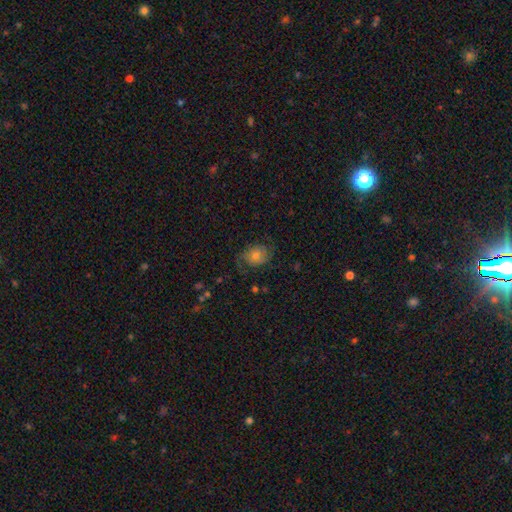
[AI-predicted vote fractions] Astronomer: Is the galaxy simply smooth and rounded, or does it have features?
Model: featured or disk — 54% (runner-up: smooth, 36%).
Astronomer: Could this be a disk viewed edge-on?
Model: no — 97%.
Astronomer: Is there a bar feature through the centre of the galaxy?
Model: no — 77%.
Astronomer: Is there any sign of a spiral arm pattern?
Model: yes — 86%.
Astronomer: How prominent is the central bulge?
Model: moderate — 50% (runner-up: small, 40%).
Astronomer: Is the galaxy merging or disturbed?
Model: none — 65%.